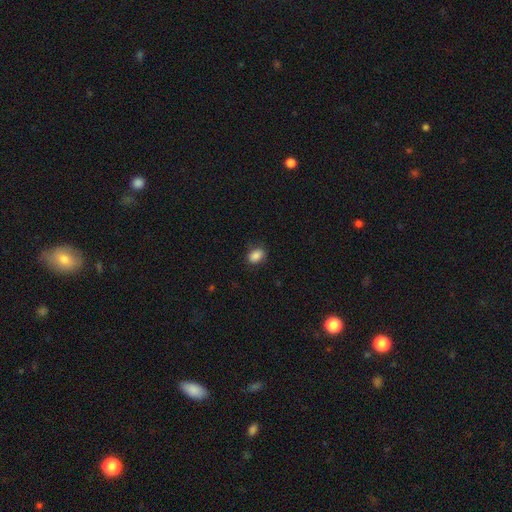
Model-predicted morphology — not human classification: Smooth or featured? Predicted: smooth (p=0.86). How rounded? Predicted: in between (p=0.74). Merging? Predicted: none (p=0.81).